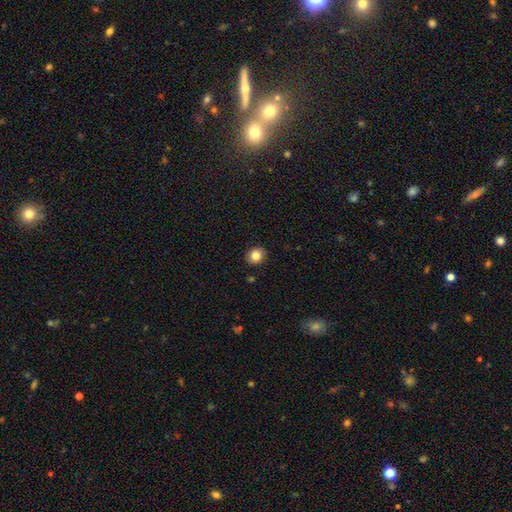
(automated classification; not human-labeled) The model was most divided on "how rounded": round: 71%, in between: 29%, cigar-shaped: 1%. More confident: merging — none (90%); smooth or featured — smooth (82%).